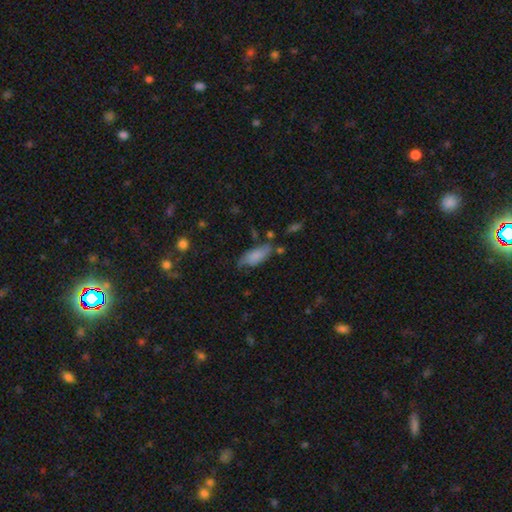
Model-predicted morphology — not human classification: Overall: smooth (76%). How rounded: in between (79%). Merging: none (54%; minor disturbance 31%).